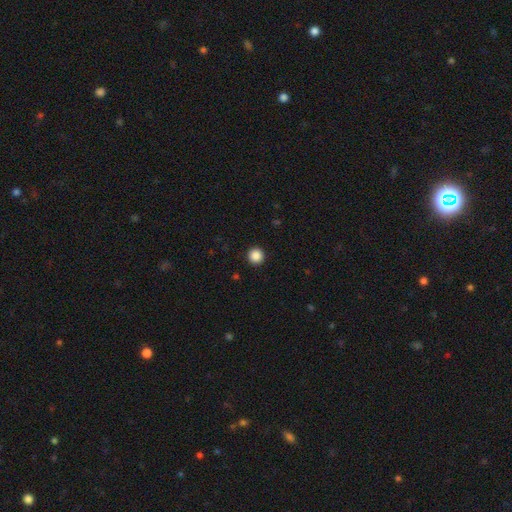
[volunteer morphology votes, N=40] smooth 85%, star or artifact 12%, featured or disk 2%. Down the decision tree: how rounded — round (100%); merging — none (97%).